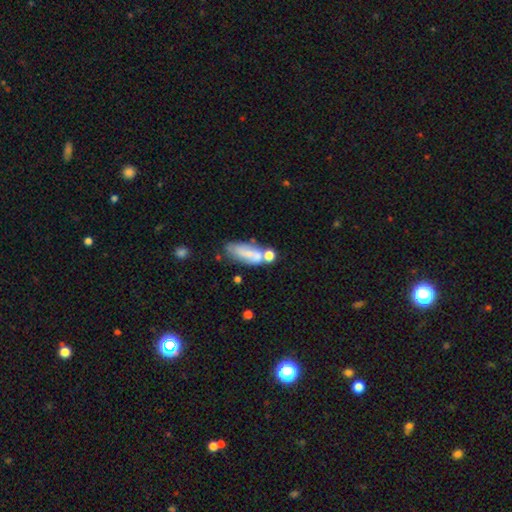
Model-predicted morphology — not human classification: Overall: smooth (61%; featured or disk 21%). How rounded: in between (48%; cigar-shaped 46%). Merging: none (61%).